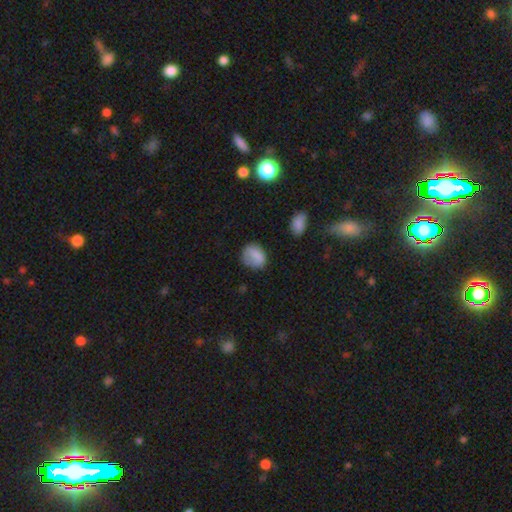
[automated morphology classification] Smooth or featured? Predicted: smooth (p=0.80). How rounded? Predicted: round (p=0.51). Merging? Predicted: none (p=0.66).